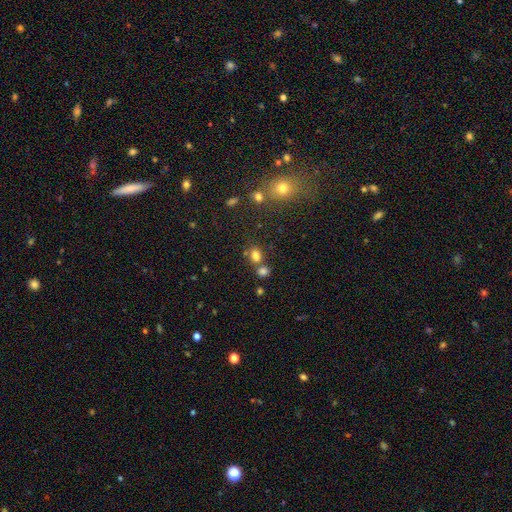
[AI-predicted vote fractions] This is likely a smooth galaxy (76%). How rounded: possibly in between (57%). Merging: possibly none (55%).